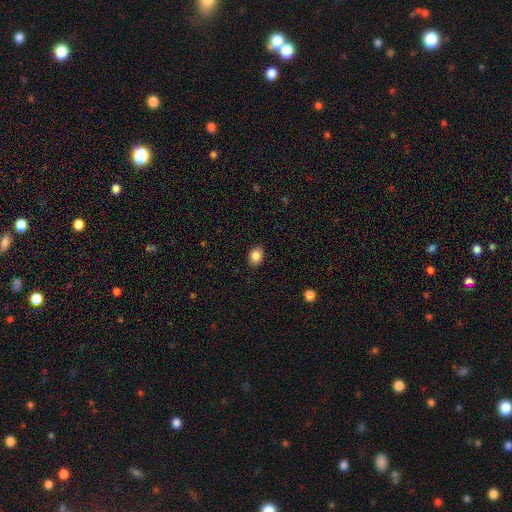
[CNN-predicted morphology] type=smooth (87%); roundness=in between (67%); merging=none (88%).